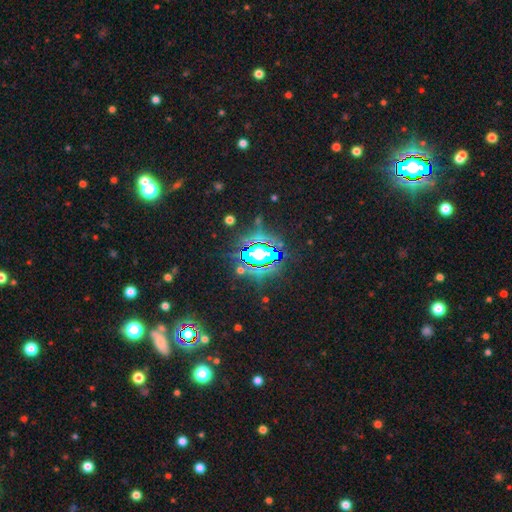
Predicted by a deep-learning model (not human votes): A star or artifact, not a galaxy (70%).